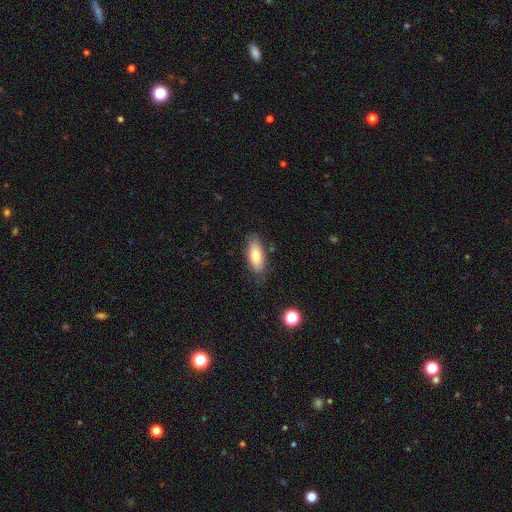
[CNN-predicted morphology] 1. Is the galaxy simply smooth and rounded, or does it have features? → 77% smooth, 17% featured or disk, 7% star or artifact.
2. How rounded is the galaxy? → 82% in between, 16% cigar-shaped, 2% round.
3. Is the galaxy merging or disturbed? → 76% none, 18% minor disturbance, 4% major disturbance, 2% merger.